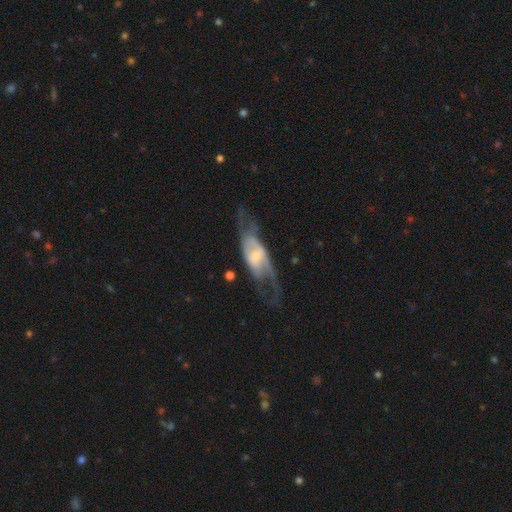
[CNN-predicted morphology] This appears to be a featured or disk galaxy (77%) with no bar (47%), spiral arms (78%) and a small central bulge (53%). Merging: none (50%).